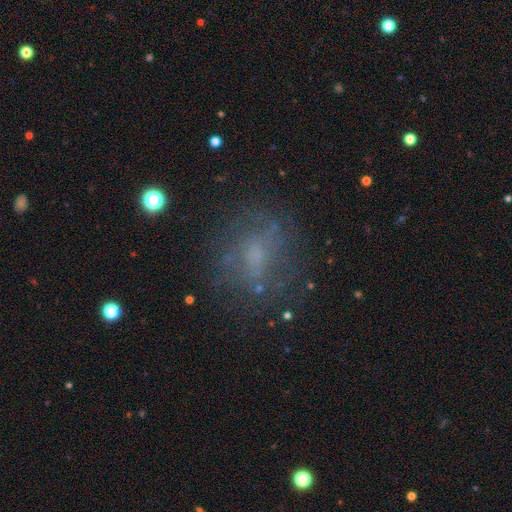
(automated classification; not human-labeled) This is marginally a featured or disk galaxy (42%). Merging: likely none (67%).